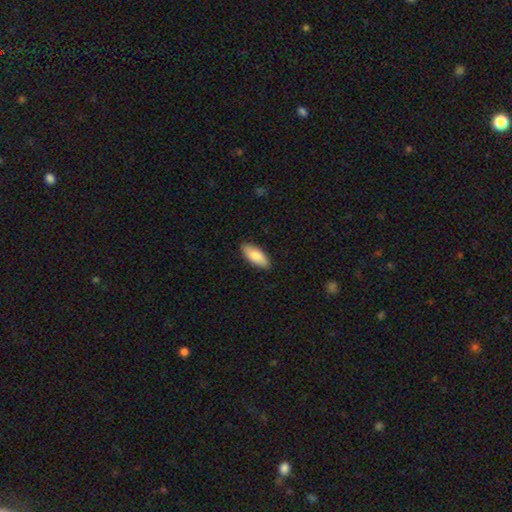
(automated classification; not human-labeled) This appears to be a smooth galaxy with no disk features (83%) that is in between round and cigar-shaped (82%). Merging: none (88%).